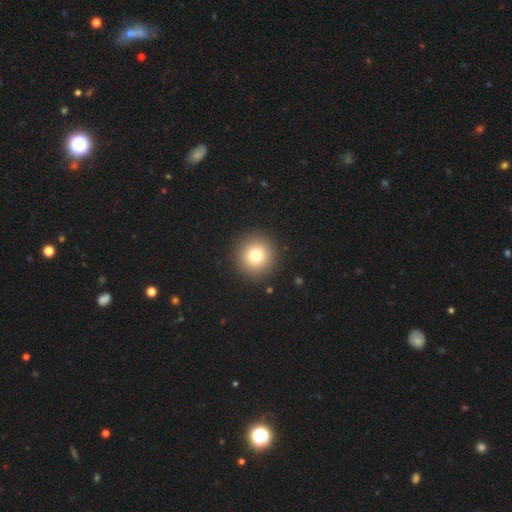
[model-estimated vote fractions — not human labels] This is likely a smooth galaxy (77%). How rounded: clearly round (95%). Merging: clearly none (92%).